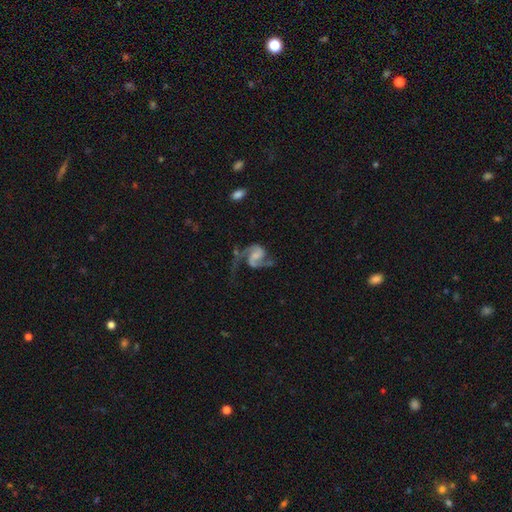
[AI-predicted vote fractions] Morphology: type=featured or disk (87%); edge-on=no (98%); bar=no (45%); spiral arms=yes (97%); winding=medium (48%); arm count=2 (89%); bulge=small (37%); merging=none (46%).